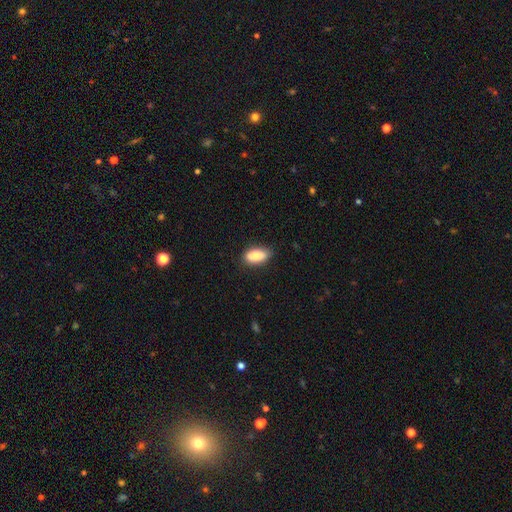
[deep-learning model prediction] Morphology: type=smooth (84%); roundness=in between (88%); merging=none (81%).